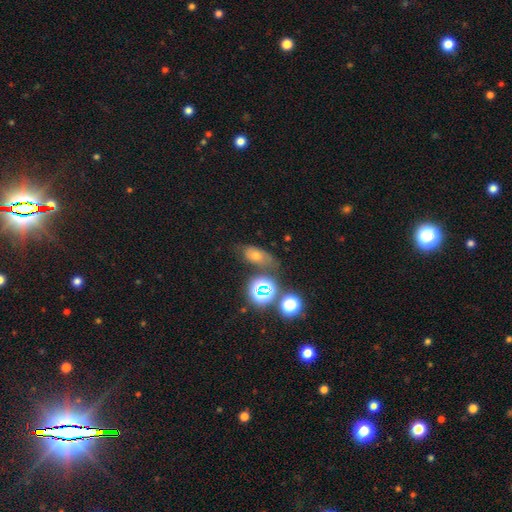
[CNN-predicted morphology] smooth_or_featured: smooth (p=0.41) [alt: star or artifact p=0.37]
merging: none (p=0.66) [alt: minor disturbance p=0.18]